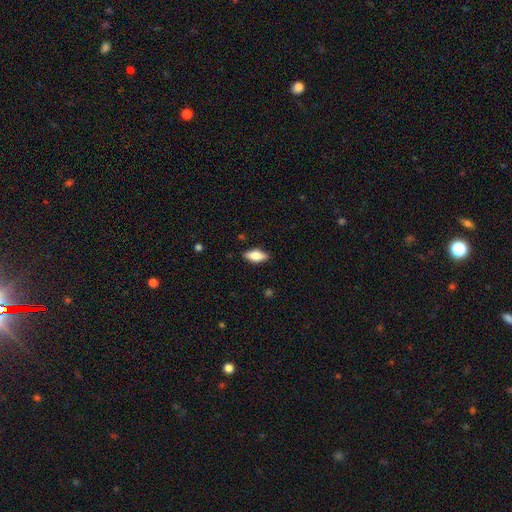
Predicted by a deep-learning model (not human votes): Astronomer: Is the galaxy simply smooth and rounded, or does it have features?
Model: smooth — 75%.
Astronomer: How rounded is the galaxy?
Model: in between — 81%.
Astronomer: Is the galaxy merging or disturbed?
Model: none — 86%.